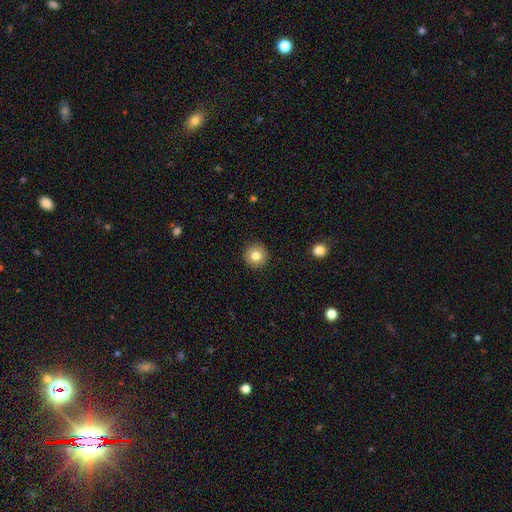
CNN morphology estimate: This is clearly a smooth galaxy (80%). How rounded: clearly round (95%). Merging: clearly none (92%).